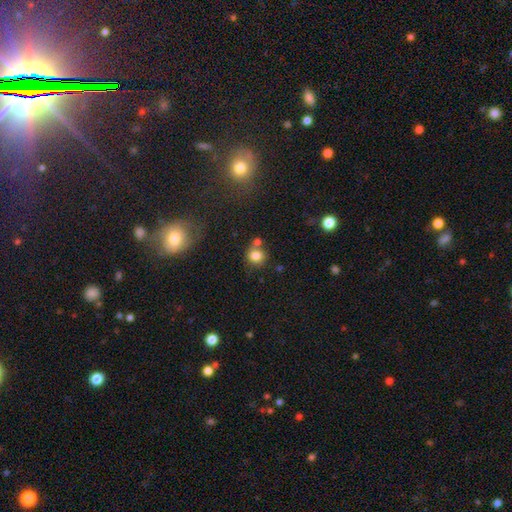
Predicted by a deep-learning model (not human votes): Morphology: type=smooth (80%); roundness=round (81%); merging=none (57%).